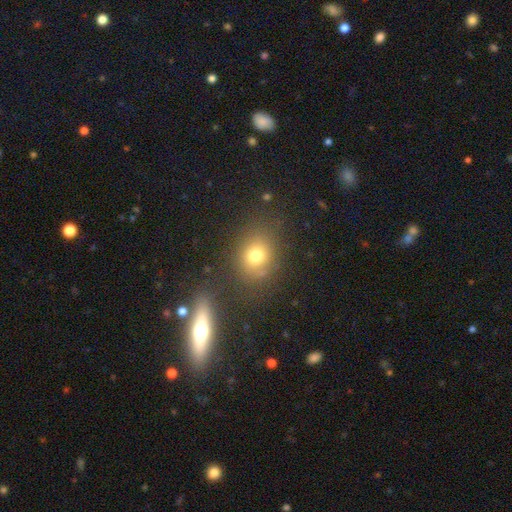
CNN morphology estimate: Smooth or featured? Predicted: smooth (p=0.75). How rounded? Predicted: round (p=0.61). Merging? Predicted: none (p=0.71).